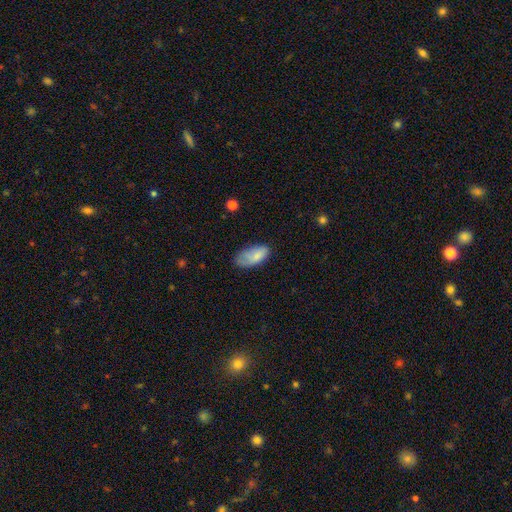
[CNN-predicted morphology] smooth_or_featured: smooth (p=0.83) [alt: featured or disk p=0.10]
how_rounded: in between (p=0.91) [alt: cigar-shaped p=0.06]
merging: none (p=0.55) [alt: minor disturbance p=0.33]